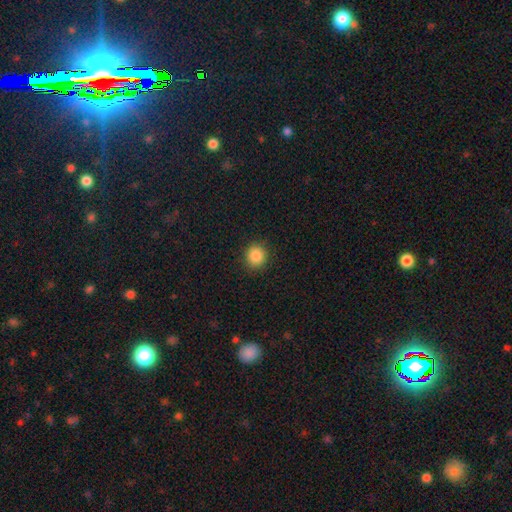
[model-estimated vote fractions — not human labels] smooth-or-featured: smooth: 87% | star or artifact: 10% | featured or disk: 4%
  how-rounded: round: 86% | in between: 13% | cigar-shaped: 1%
  merging: none: 90% | minor disturbance: 7% | major disturbance: 2% | merger: 1%